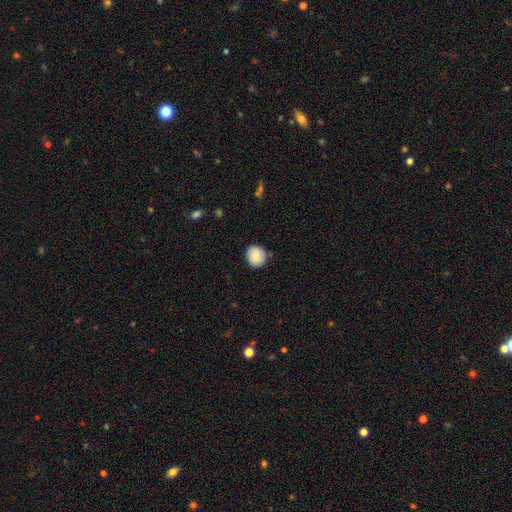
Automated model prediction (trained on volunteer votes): Q: Smooth or featured?
A: smooth (83%); runner-up: featured or disk (9%)
Q: How rounded?
A: round (85%); runner-up: in between (14%)
Q: Merging?
A: none (83%); runner-up: minor disturbance (13%)